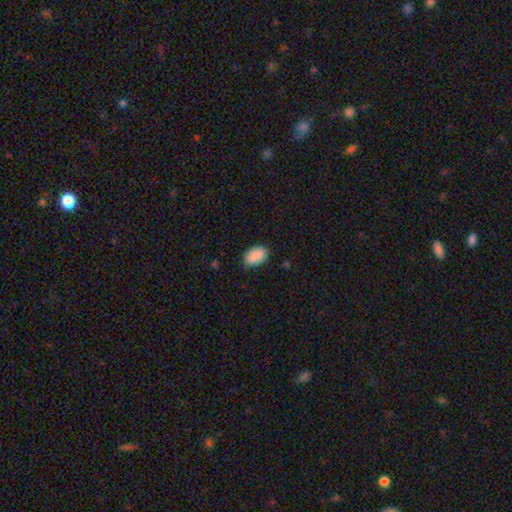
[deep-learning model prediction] Overall: smooth (90%). How rounded: in between (90%). Merging: none (84%).